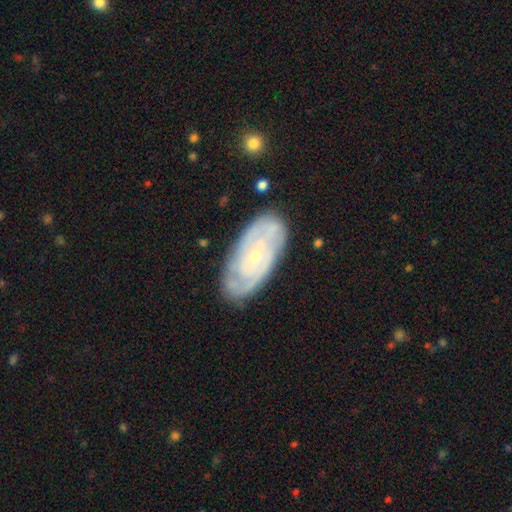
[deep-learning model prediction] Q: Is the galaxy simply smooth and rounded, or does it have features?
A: featured or disk — 83%.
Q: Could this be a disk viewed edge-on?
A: no — 94%.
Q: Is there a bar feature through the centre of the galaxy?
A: no — 68%.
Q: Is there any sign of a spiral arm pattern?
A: yes — 94%.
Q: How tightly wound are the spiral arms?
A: tight — 73%.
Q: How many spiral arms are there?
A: can't tell — 32%.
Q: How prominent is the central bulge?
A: small — 77%.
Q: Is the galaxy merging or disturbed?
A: none — 81%.